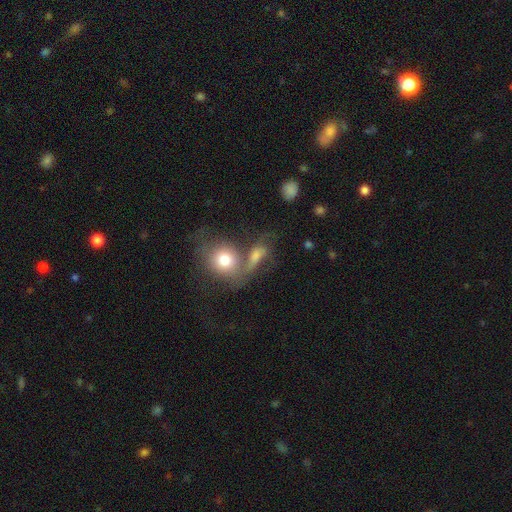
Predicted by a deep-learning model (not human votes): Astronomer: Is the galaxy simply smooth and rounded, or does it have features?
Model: smooth — 52% (runner-up: featured or disk, 35%).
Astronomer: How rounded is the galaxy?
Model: in between — 52% (runner-up: round, 39%).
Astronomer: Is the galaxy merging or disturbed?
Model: merger — 47% (runner-up: none, 28%).